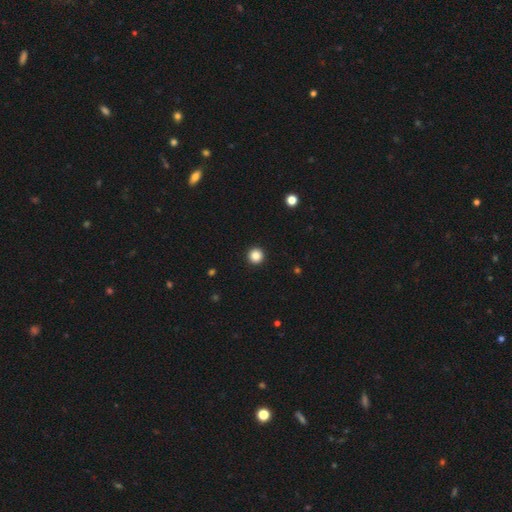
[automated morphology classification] type=smooth (86%); roundness=round (96%); merging=none (94%).